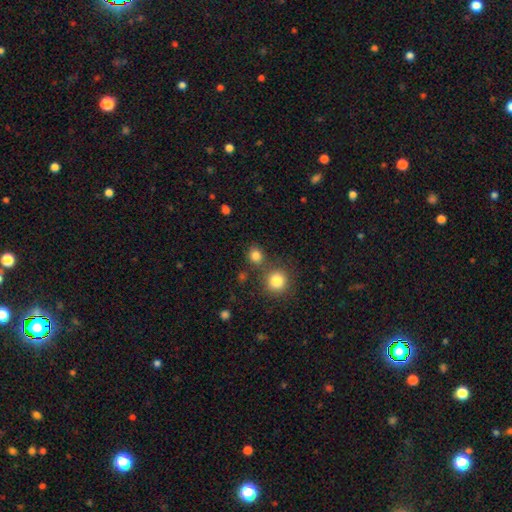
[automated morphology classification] This appears to be a smooth galaxy with no disk features (82%) that is round (81%). Merging: none (72%).